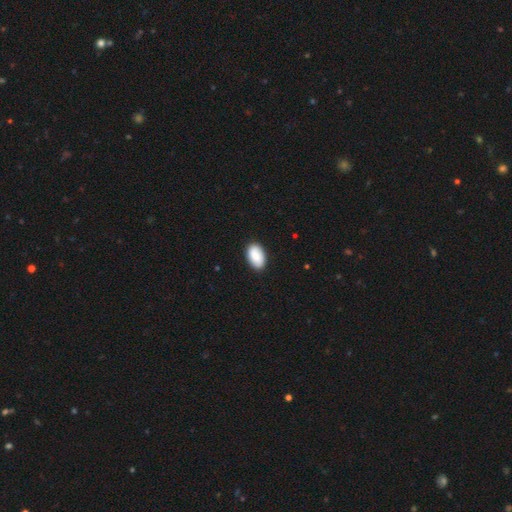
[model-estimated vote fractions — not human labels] Overall: smooth (87%). How rounded: in between (93%). Merging: none (87%).